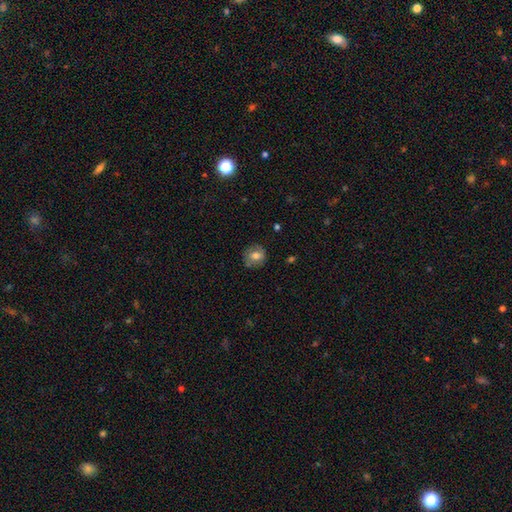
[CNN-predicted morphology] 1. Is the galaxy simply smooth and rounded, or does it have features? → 66% smooth, 24% featured or disk, 9% star or artifact.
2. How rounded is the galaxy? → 81% round, 18% in between, 1% cigar-shaped.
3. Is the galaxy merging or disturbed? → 77% none, 17% minor disturbance, 4% major disturbance, 2% merger.